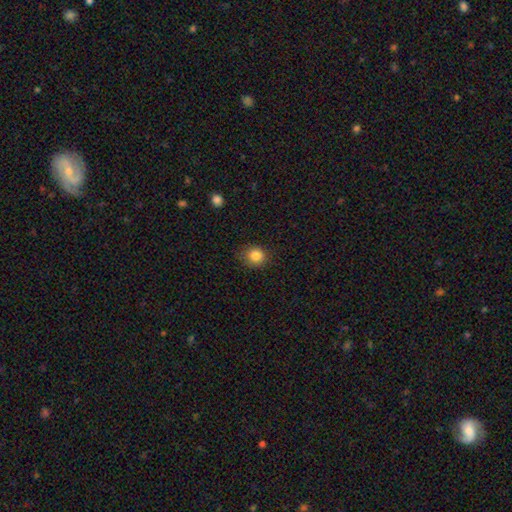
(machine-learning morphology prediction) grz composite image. It shows a smooth galaxy with no disk features (85%) that is round (81%). Merging: none (79%).